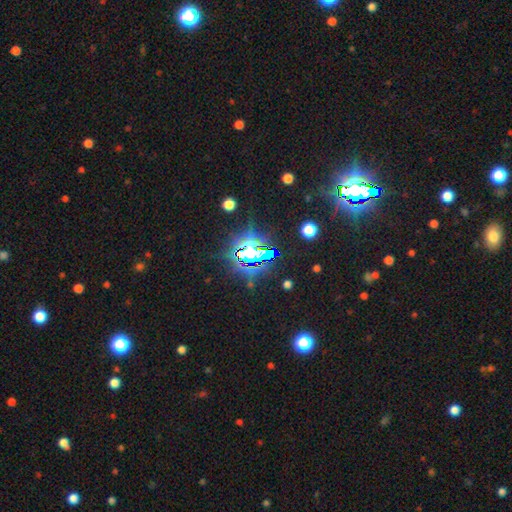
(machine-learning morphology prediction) This is likely a star or artifact rather than a galaxy (72%).